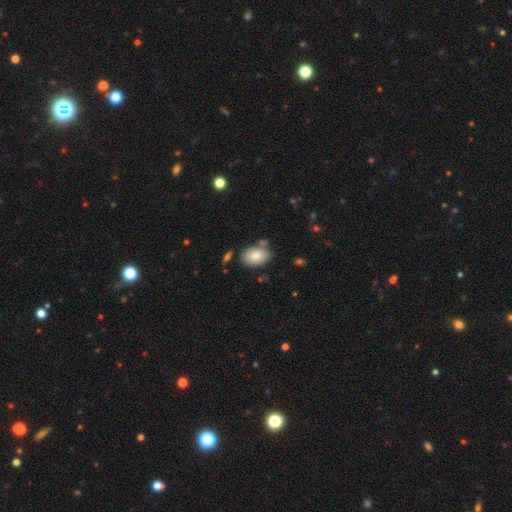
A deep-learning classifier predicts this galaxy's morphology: This is clearly a smooth galaxy (81%). How rounded: clearly in between (83%). Merging: likely none (73%).